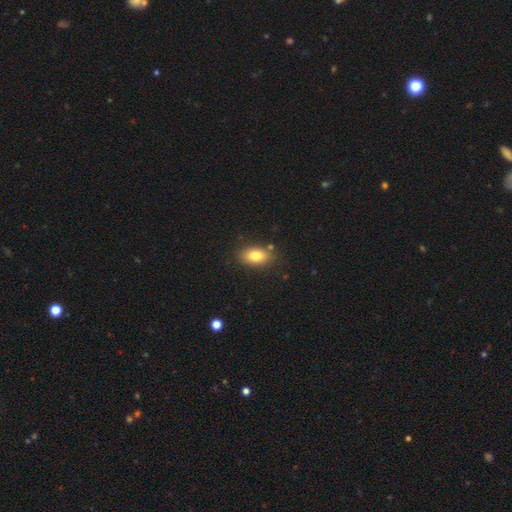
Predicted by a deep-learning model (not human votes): smooth_or_featured: smooth (p=0.82) [alt: featured or disk p=0.10]
how_rounded: in between (p=0.88) [alt: round p=0.09]
merging: none (p=0.83) [alt: minor disturbance p=0.11]